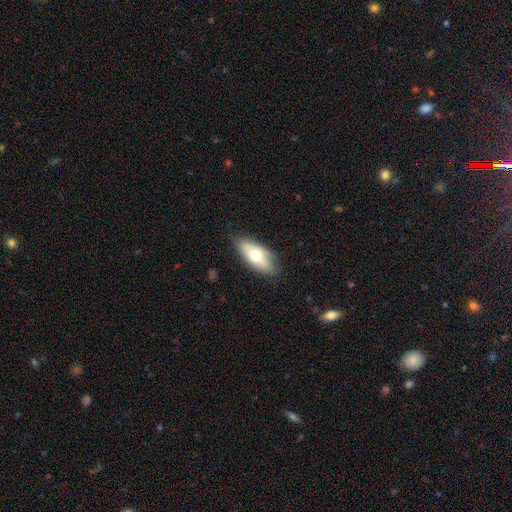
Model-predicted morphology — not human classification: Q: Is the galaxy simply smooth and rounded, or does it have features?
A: smooth — 68%.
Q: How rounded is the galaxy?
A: in between — 82%.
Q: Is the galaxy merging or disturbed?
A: none — 82%.